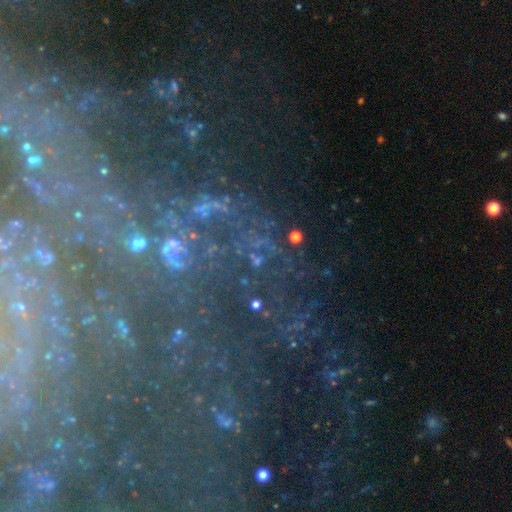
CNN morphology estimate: star or artifact 51%, featured or disk 36%, smooth 13%.